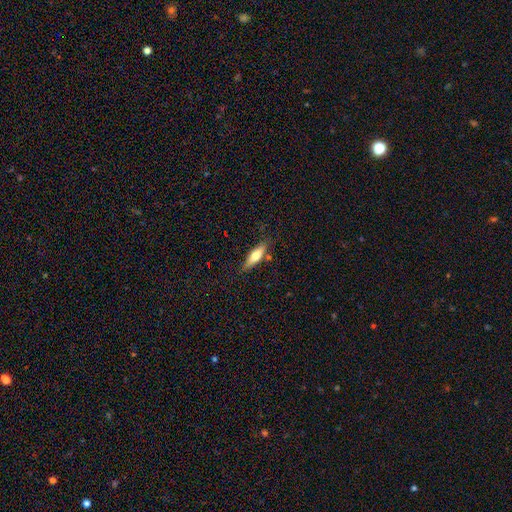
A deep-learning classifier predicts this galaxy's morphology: The model was most divided on "how rounded": cigar-shaped: 54%, in between: 44%, round: 2%. More confident: merging — none (78%); smooth or featured — smooth (64%).